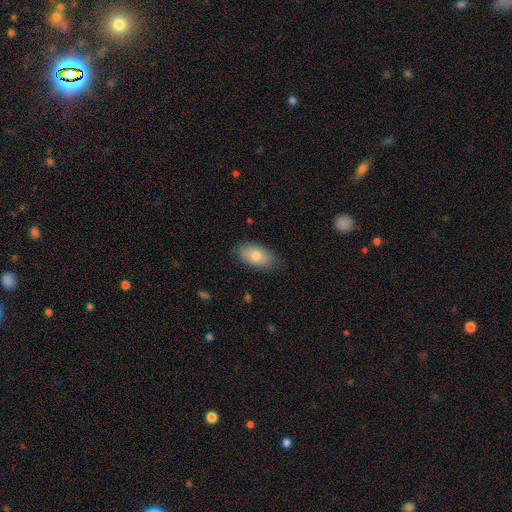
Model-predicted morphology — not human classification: Smooth or featured? Predicted: smooth (p=0.78). How rounded? Predicted: in between (p=0.92). Merging? Predicted: none (p=0.78).